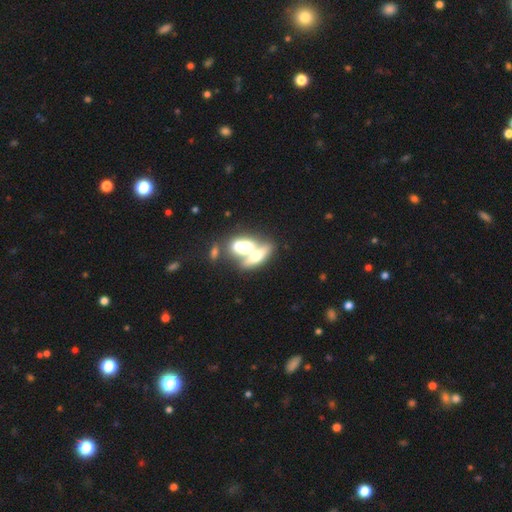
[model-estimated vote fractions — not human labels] The model was most divided on "smooth or featured": smooth: 47%, featured or disk: 44%, star or artifact: 9%. More confident: merging — merger (67%).